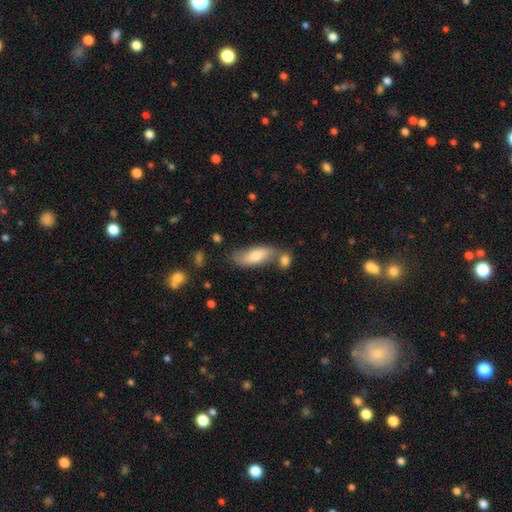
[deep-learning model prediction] Smooth or featured?
  - smooth: 67% *
  - featured or disk: 27%
  - star or artifact: 6%
How rounded?
  - in between: 70% *
  - cigar-shaped: 27%
  - round: 3%
Merging?
  - none: 58% *
  - merger: 19%
  - minor disturbance: 18%
  - major disturbance: 5%